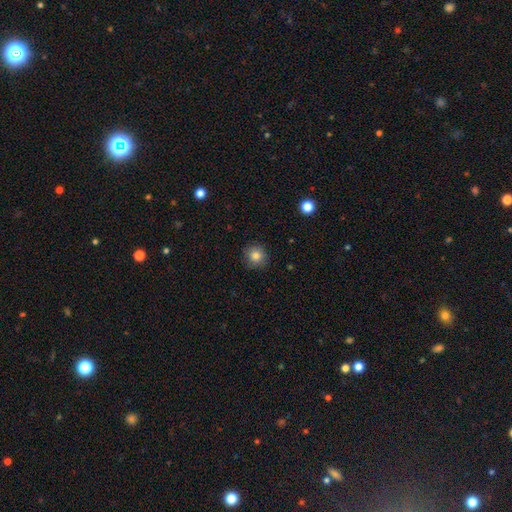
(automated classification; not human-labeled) Q: Smooth or featured?
A: smooth (83%); runner-up: star or artifact (11%)
Q: How rounded?
A: round (92%); runner-up: in between (7%)
Q: Merging?
A: none (88%); runner-up: minor disturbance (9%)